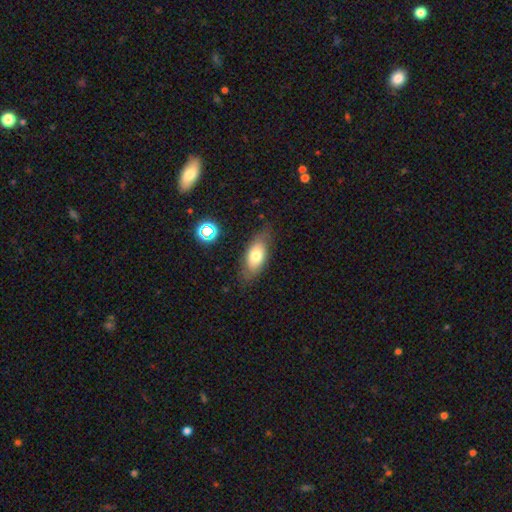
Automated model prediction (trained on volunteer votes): Smooth or featured: smooth — 68% (featured or disk — 23%)
How rounded: in between — 85% (cigar-shaped — 10%)
Merging: none — 74% (minor disturbance — 18%)